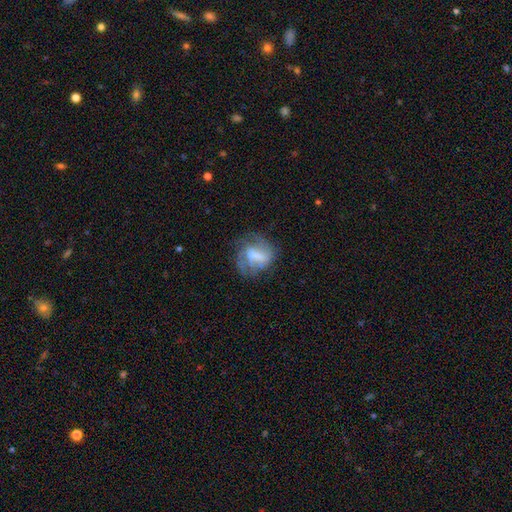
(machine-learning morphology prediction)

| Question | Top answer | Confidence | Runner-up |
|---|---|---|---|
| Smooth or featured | featured or disk | 52% | smooth (38%) |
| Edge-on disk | no | 96% | yes (4%) |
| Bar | weak | 38% | no (33%) |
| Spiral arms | no | 51% | yes (49%) |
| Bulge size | none | 35% | moderate (29%) |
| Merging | none | 45% | major disturbance (26%) |